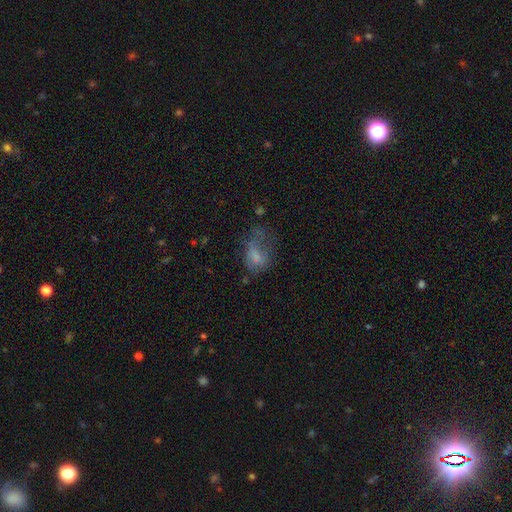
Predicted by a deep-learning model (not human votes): This is possibly a smooth galaxy (54%). How rounded: likely in between (78%). Merging: possibly major disturbance (45%).